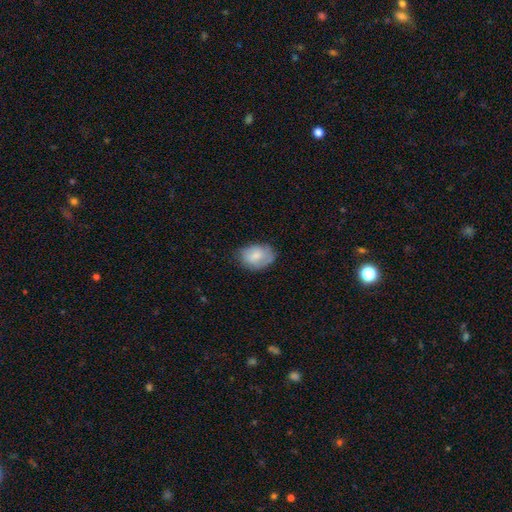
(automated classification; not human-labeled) smooth 72%, featured or disk 21%, star or artifact 7%. Down the decision tree: how rounded — in between (79%); merging — none (67%).